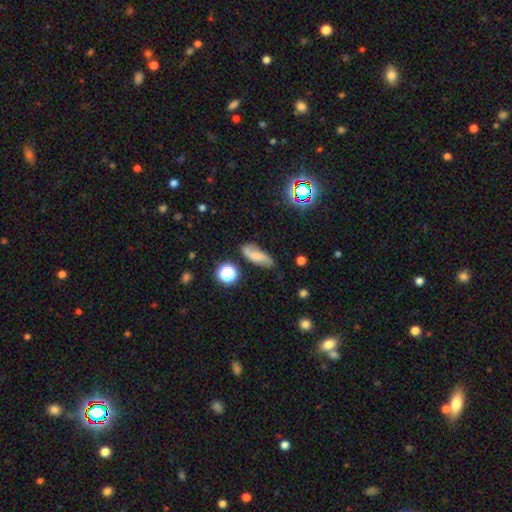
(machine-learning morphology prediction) smooth_or_featured: smooth (p=0.52) [alt: featured or disk p=0.36]
how_rounded: in between (p=0.65) [alt: cigar-shaped p=0.28]
merging: none (p=0.69) [alt: minor disturbance p=0.22]